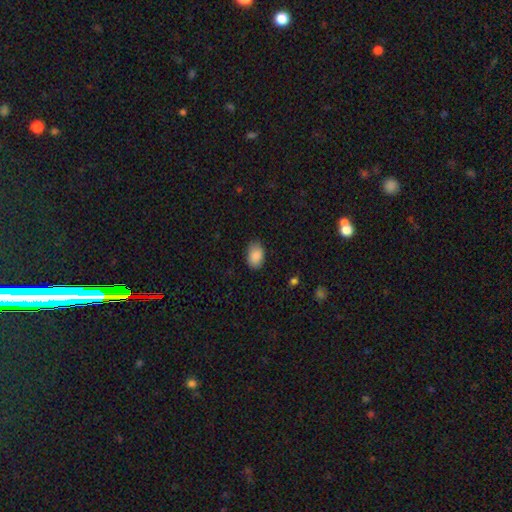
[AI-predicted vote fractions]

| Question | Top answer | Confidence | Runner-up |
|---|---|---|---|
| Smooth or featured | smooth | 89% | star or artifact (7%) |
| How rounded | in between | 85% | round (14%) |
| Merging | none | 83% | minor disturbance (13%) |